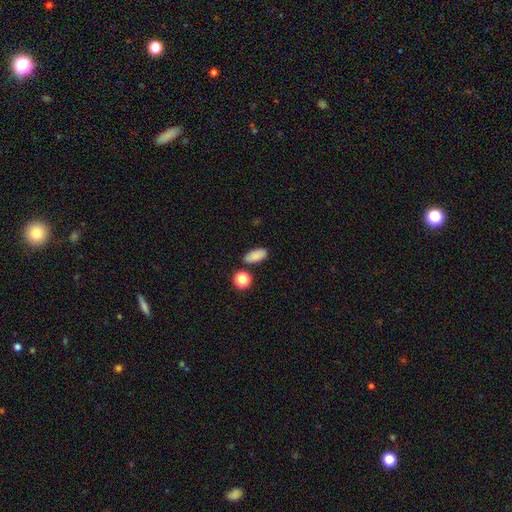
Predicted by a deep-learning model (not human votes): Q: Smooth or featured?
A: smooth (86%); runner-up: star or artifact (9%)
Q: How rounded?
A: in between (85%); runner-up: cigar-shaped (9%)
Q: Merging?
A: none (82%); runner-up: minor disturbance (10%)